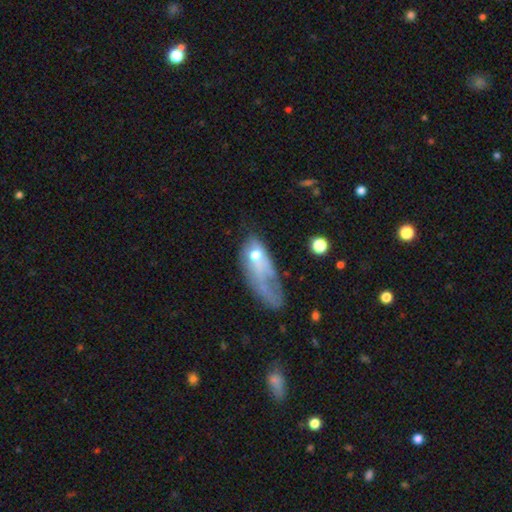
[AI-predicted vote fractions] The model was most divided on "smooth or featured": smooth: 48%, featured or disk: 42%, star or artifact: 10%. More confident: merging — major disturbance (54%).